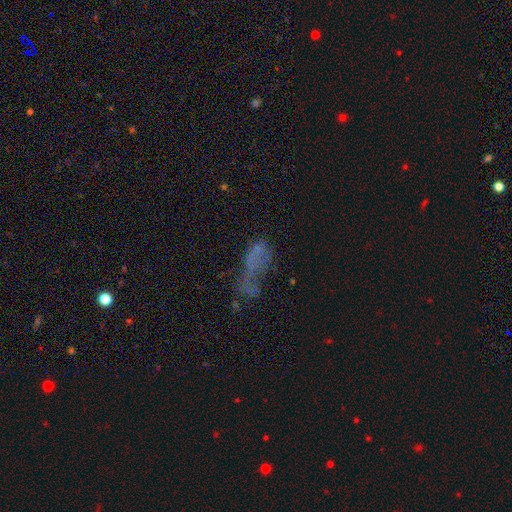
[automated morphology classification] type=smooth (42%); merging=major disturbance (41%).